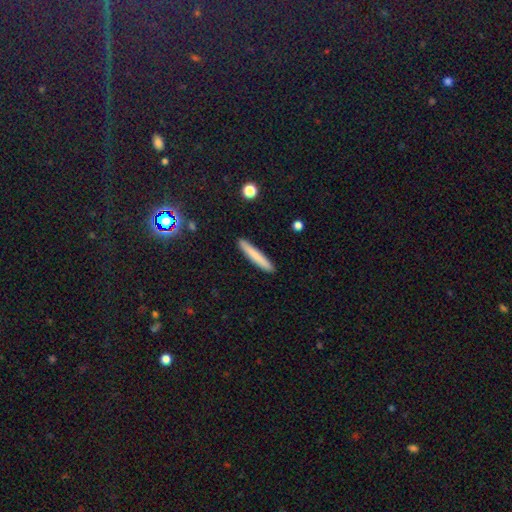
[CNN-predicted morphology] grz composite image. It shows a smooth galaxy with no disk features (76%) that is cigar-shaped (95%). Merging: none (92%).